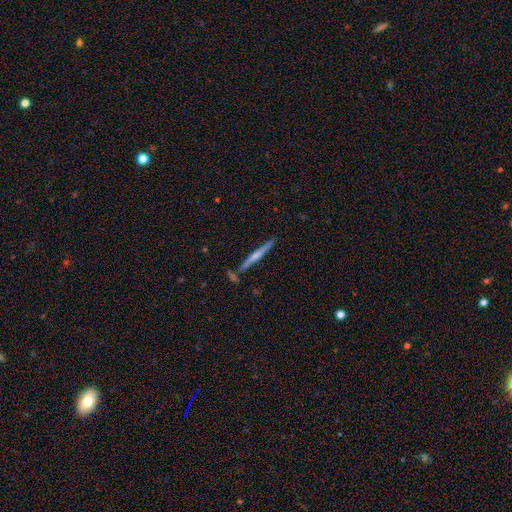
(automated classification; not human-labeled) This is likely a featured or disk galaxy (61%). It is clearly viewed edge-on (97%). Edge-on bulge: possibly rounded (59%). Merging: clearly none (82%).